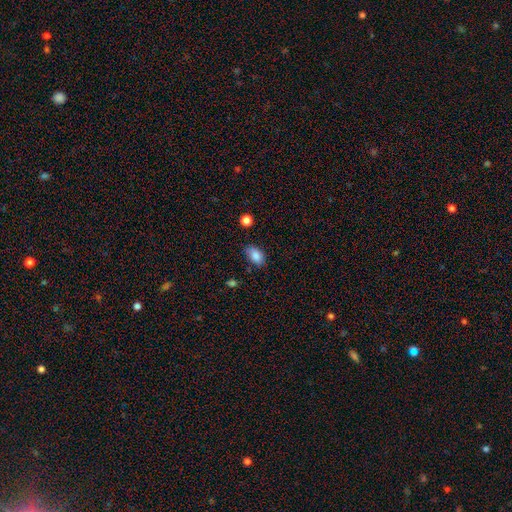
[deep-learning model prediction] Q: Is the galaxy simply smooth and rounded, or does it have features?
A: smooth — 86%.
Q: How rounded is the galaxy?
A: in between — 90%.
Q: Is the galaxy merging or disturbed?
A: none — 74%.